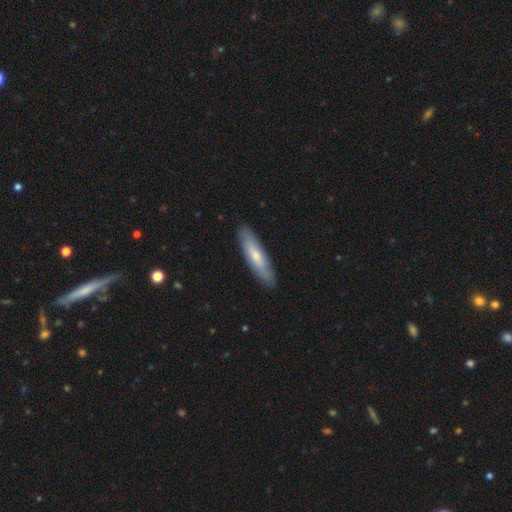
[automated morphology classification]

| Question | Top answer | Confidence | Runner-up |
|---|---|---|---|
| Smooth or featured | smooth | 61% | featured or disk (33%) |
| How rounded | cigar-shaped | 76% | in between (23%) |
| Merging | none | 88% | minor disturbance (9%) |